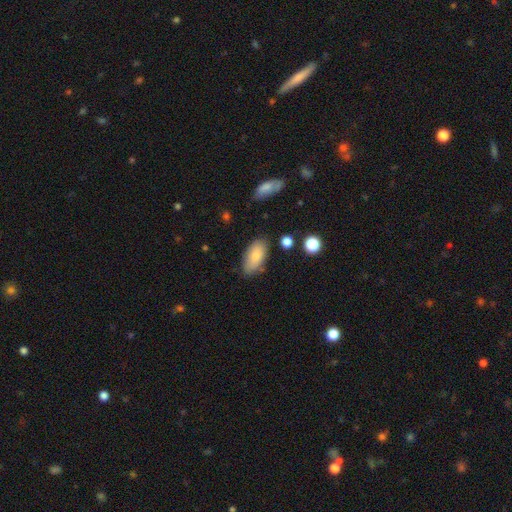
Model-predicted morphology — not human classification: Smooth or featured?
  - smooth: 82% *
  - featured or disk: 11%
  - star or artifact: 7%
How rounded?
  - in between: 92% *
  - cigar-shaped: 5%
  - round: 3%
Merging?
  - none: 77% *
  - minor disturbance: 16%
  - major disturbance: 4%
  - merger: 3%